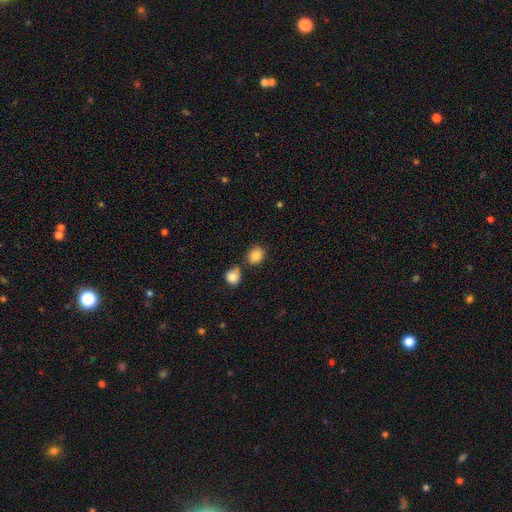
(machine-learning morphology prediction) Smooth or featured: smooth — 86% (star or artifact — 9%)
How rounded: round — 69% (in between — 30%)
Merging: none — 64% (merger — 19%)